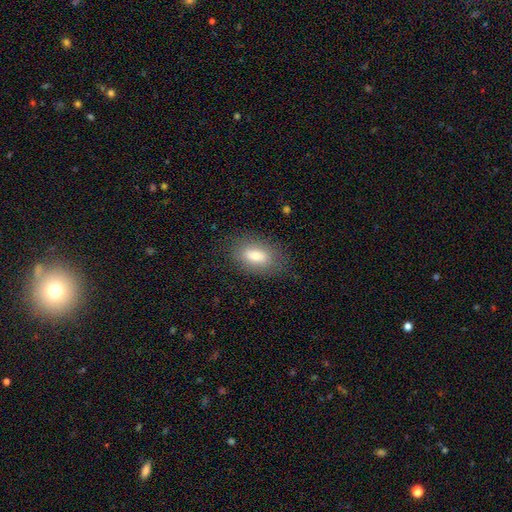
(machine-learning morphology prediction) A smooth galaxy with no disk features (76%) that is in between round and cigar-shaped (90%).

Vote fractions:
- Smooth or featured? smooth: 76% / featured or disk: 16% / star or artifact: 8%
- How rounded? in between: 90% / round: 6% / cigar-shaped: 5%
- Merging? none: 80% / minor disturbance: 14% / major disturbance: 5% / merger: 1%